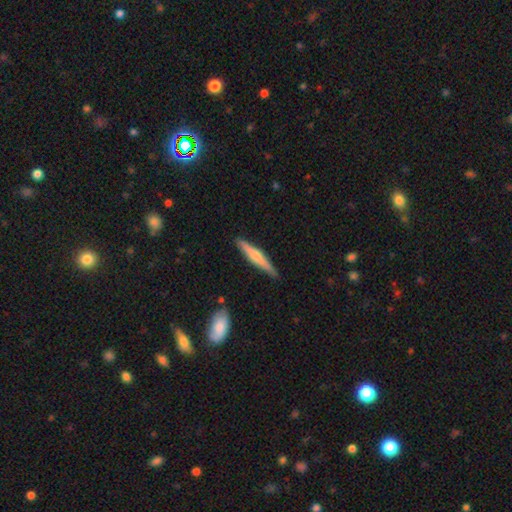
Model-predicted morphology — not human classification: This is possibly a smooth galaxy (47%, tied with featured or disk). Merging: clearly none (87%).